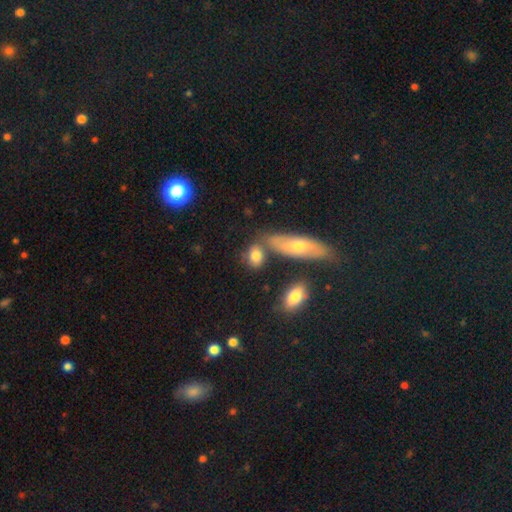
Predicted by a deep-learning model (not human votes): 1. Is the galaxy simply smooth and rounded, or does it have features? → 77% smooth, 15% featured or disk, 8% star or artifact.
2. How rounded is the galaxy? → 69% in between, 24% round, 8% cigar-shaped.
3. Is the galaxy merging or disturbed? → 58% none, 20% merger, 16% minor disturbance, 6% major disturbance.